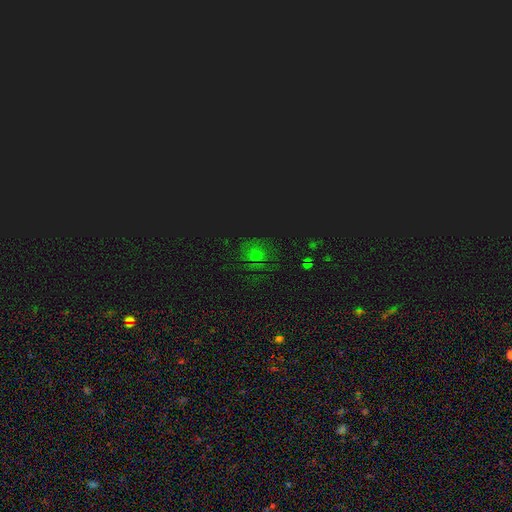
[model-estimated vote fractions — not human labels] star or artifact 50%, smooth 36%, featured or disk 14%.